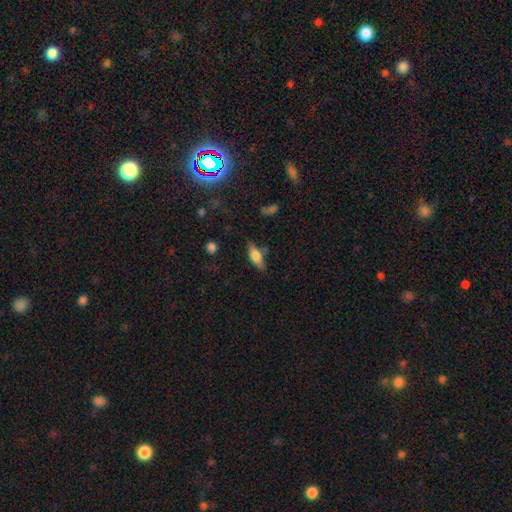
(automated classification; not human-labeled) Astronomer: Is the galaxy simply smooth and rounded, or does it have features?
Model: smooth — 62%.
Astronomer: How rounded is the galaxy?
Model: in between — 64%.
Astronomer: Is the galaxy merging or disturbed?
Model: none — 75%.